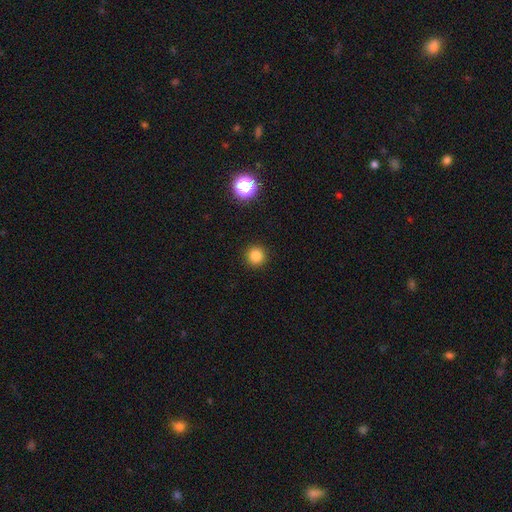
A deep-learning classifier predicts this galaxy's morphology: A smooth galaxy with no disk features (83%) that is round (95%). Merging: none (92%).